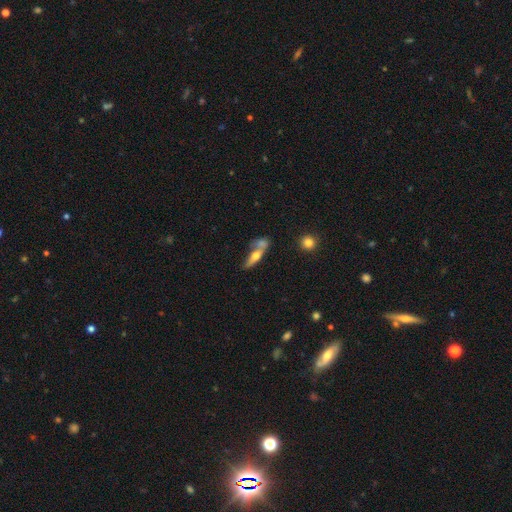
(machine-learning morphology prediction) featured or disk 48%, smooth 44%, star or artifact 8%. Down the decision tree: merging — none (40%).